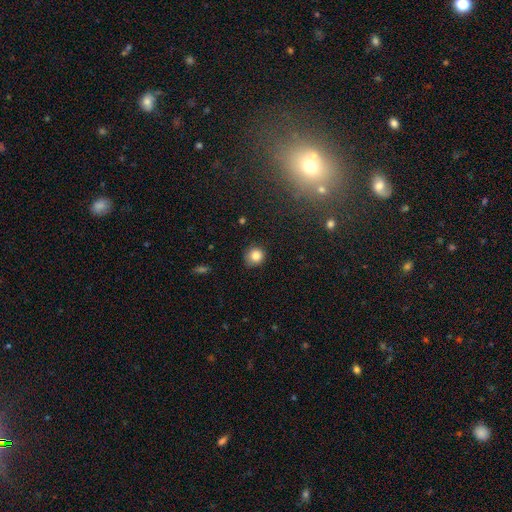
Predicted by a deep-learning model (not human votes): Smooth or featured: smooth — 83% (star or artifact — 11%)
How rounded: round — 88% (in between — 11%)
Merging: none — 84% (minor disturbance — 12%)